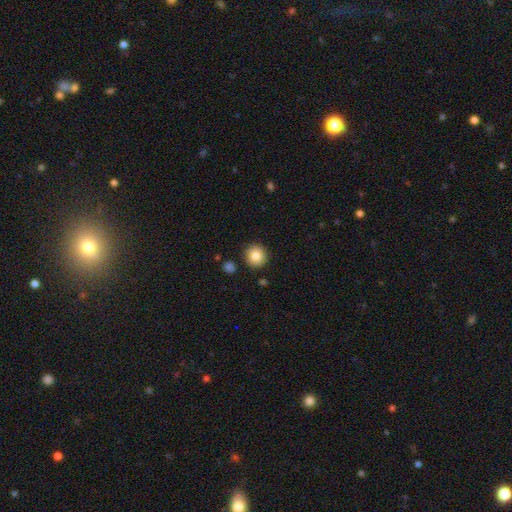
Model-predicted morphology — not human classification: This appears to be a smooth galaxy with no disk features (85%) that is round (93%). Merging: none (89%).